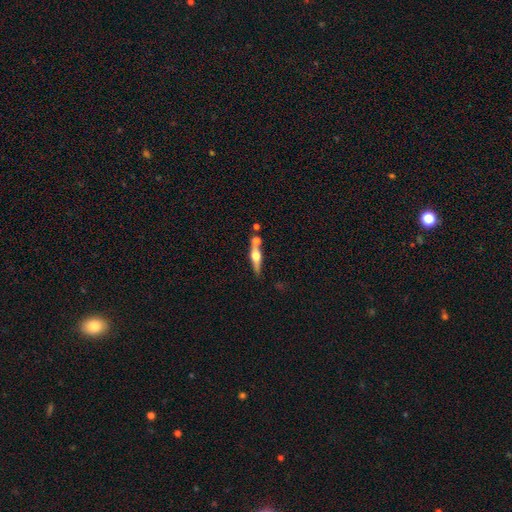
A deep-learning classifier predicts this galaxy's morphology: Smooth or featured: featured or disk — 60% (smooth — 33%)
Edge-on disk: yes — 92% (no — 8%)
Edge-on bulge: rounded — 94% (boxy — 3%)
Merging: none — 62% (merger — 21%)